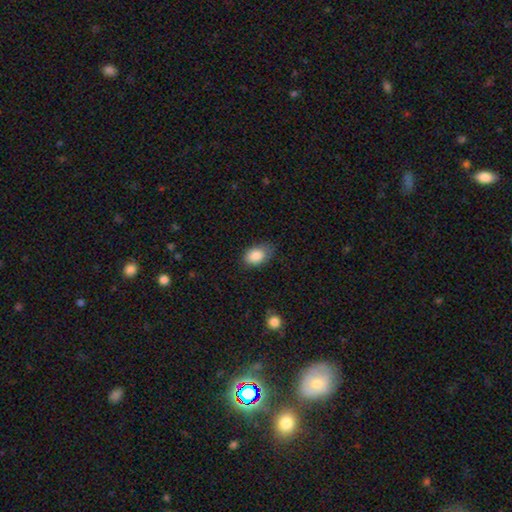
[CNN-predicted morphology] This appears to be a smooth galaxy with no disk features (87%) that is in between round and cigar-shaped (86%). Merging: none (69%).